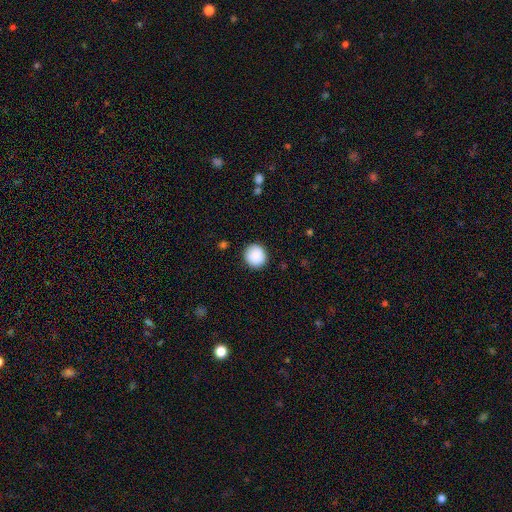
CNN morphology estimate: Q: Smooth or featured?
A: smooth (89%); runner-up: star or artifact (7%)
Q: How rounded?
A: round (93%); runner-up: in between (6%)
Q: Merging?
A: none (90%); runner-up: minor disturbance (7%)